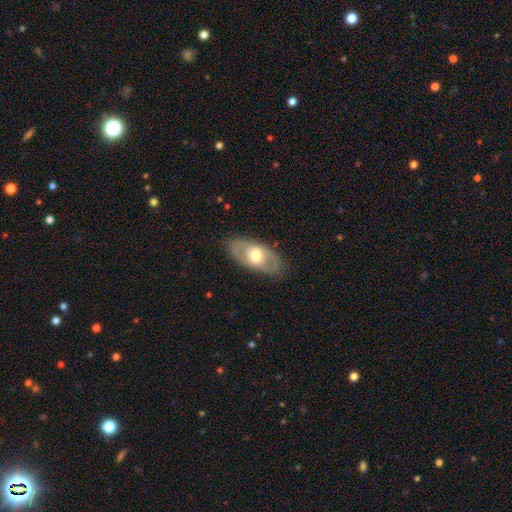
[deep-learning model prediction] Smooth or featured? Predicted: featured or disk (p=0.57). Edge-on disk? Predicted: no (p=0.86). Merging? Predicted: none (p=0.83).